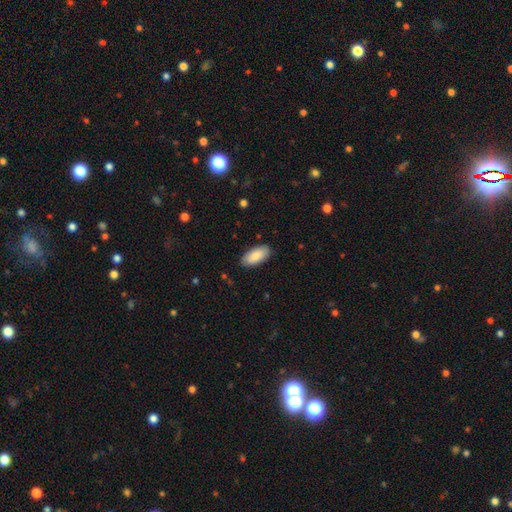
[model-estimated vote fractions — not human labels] Smooth or featured?
  - smooth: 86% *
  - featured or disk: 8%
  - star or artifact: 6%
How rounded?
  - in between: 93% *
  - cigar-shaped: 5%
  - round: 2%
Merging?
  - none: 87% *
  - minor disturbance: 10%
  - major disturbance: 2%
  - merger: 1%